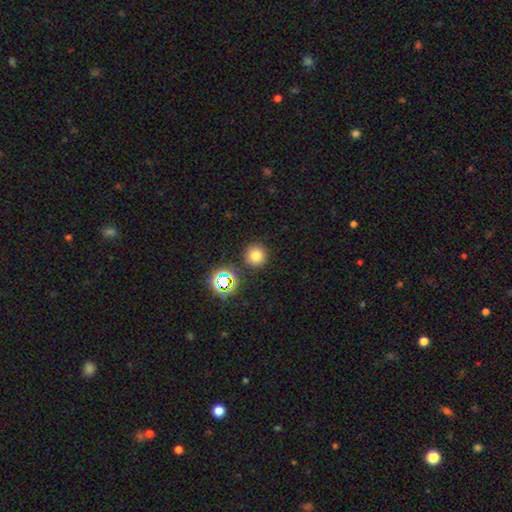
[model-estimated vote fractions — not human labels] Smooth or featured? smooth (74%)
How rounded? round (95%)
Merging? none (88%)